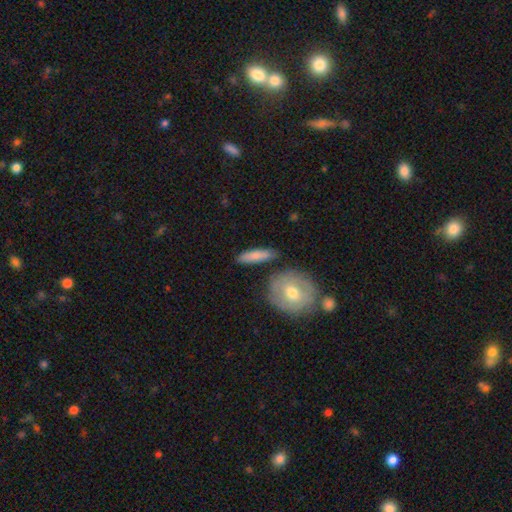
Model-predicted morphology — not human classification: This is likely a smooth galaxy (75%). How rounded: likely cigar-shaped (60%). Merging: likely none (78%).